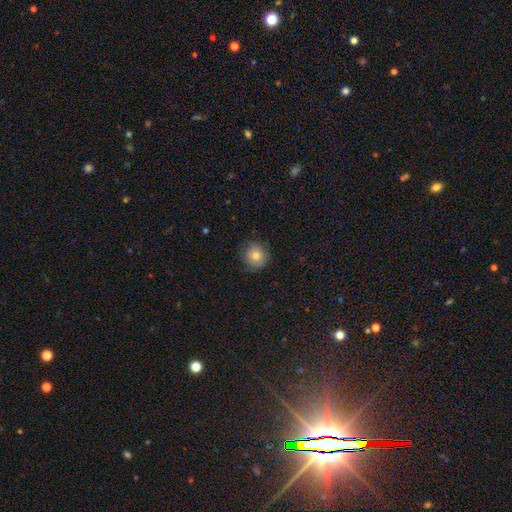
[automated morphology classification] The model was most divided on "smooth or featured": smooth: 79%, featured or disk: 11%, star or artifact: 10%. More confident: how rounded — round (92%); merging — none (83%).